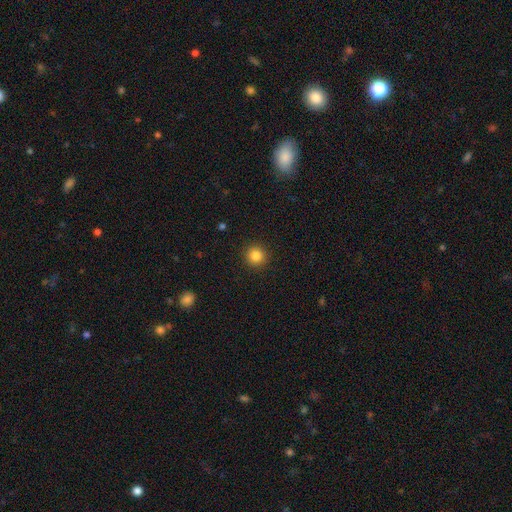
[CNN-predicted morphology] A smooth galaxy with no disk features (84%) that is round (94%). Merging: none (92%).